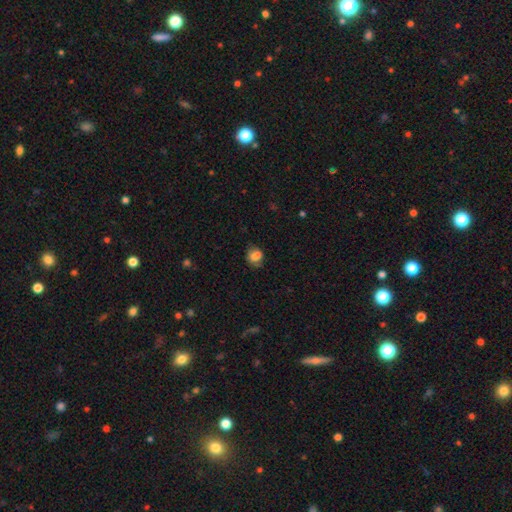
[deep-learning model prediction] Smooth or featured? Predicted: smooth (p=0.75). How rounded? Predicted: in between (p=0.50). Merging? Predicted: none (p=0.59).